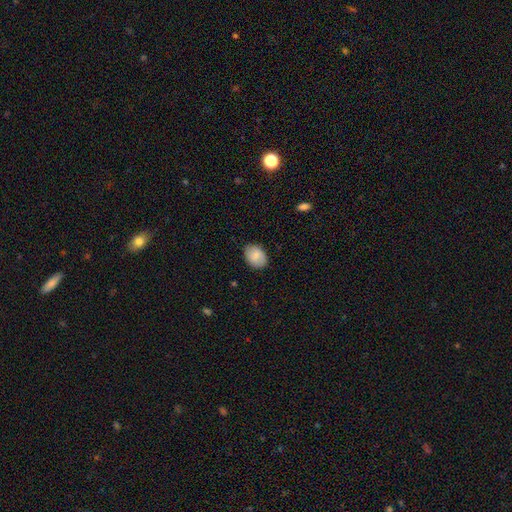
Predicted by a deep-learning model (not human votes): Smooth or featured: smooth — 83% (featured or disk — 10%)
How rounded: in between — 73% (round — 26%)
Merging: none — 85% (minor disturbance — 11%)